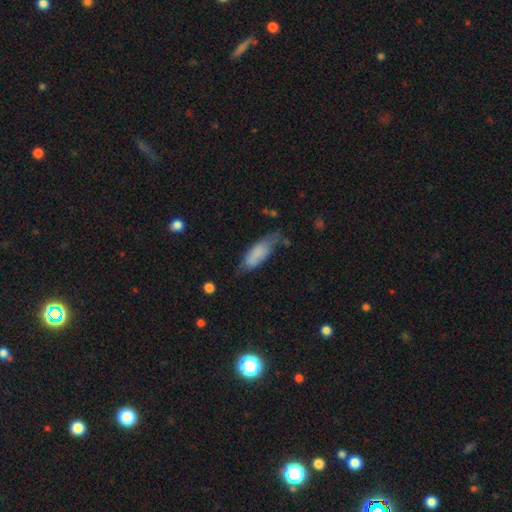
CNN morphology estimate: Smooth or featured: smooth — 77% (featured or disk — 17%)
How rounded: in between — 70% (cigar-shaped — 28%)
Merging: none — 46% (minor disturbance — 36%)